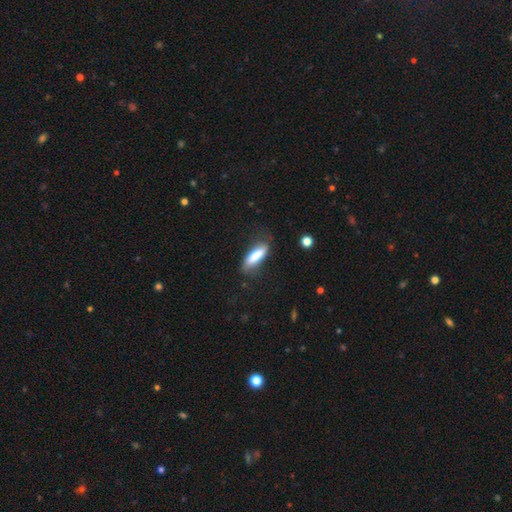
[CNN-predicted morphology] This appears to be a smooth galaxy with no disk features (76%) that is cigar-shaped (56%). Merging: none (66%).